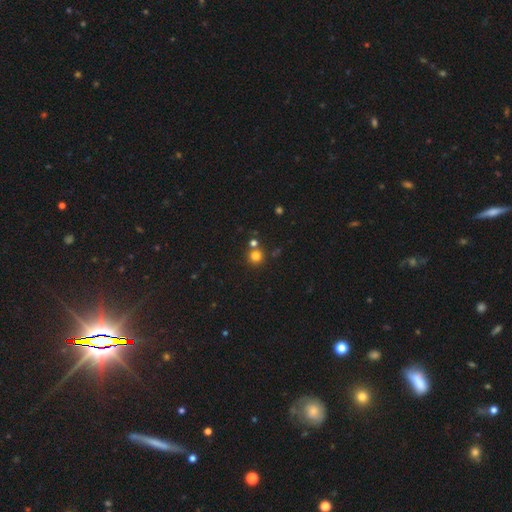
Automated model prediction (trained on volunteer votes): Smooth or featured? Predicted: smooth (p=0.79). How rounded? Predicted: round (p=0.94). Merging? Predicted: none (p=0.74).